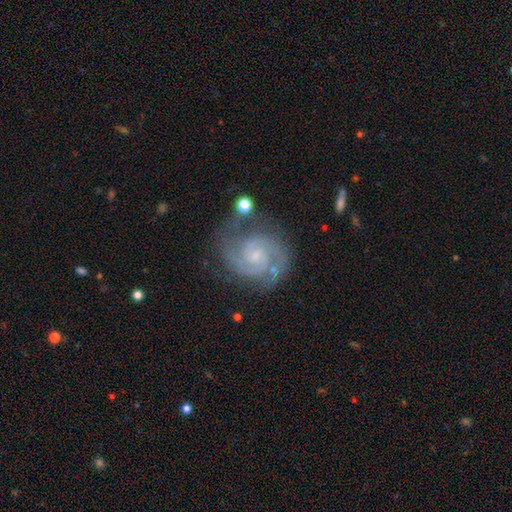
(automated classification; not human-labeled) The model was most divided on "spiral winding": tight: 58%, medium: 37%, loose: 5%. More confident: spiral arms — yes (98%); edge-on disk — no (98%); smooth or featured — featured or disk (90%); spiral arm count — 2 (79%); merging — none (72%); bulge size — small (68%); bar — no (58%).